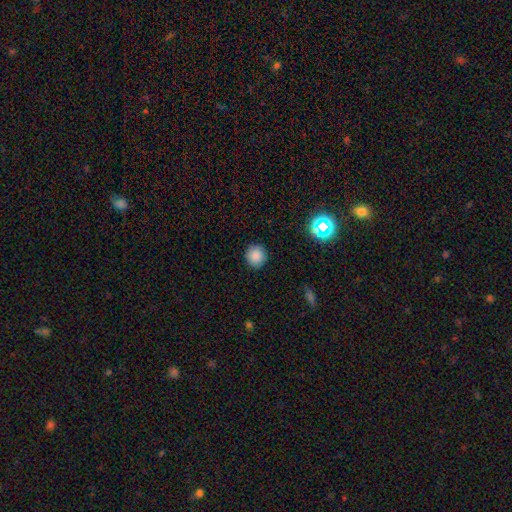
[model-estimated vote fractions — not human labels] Q: Smooth or featured?
A: smooth (85%); runner-up: star or artifact (11%)
Q: How rounded?
A: round (93%); runner-up: in between (6%)
Q: Merging?
A: none (91%); runner-up: minor disturbance (6%)